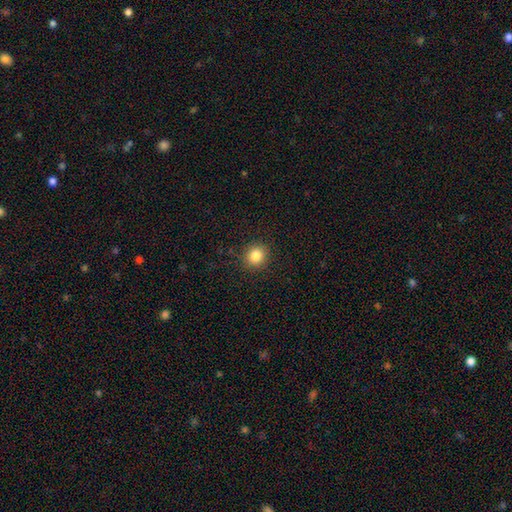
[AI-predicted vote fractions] smooth_or_featured: smooth (p=0.84) [alt: star or artifact p=0.11]
how_rounded: round (p=0.81) [alt: in between p=0.18]
merging: none (p=0.89) [alt: minor disturbance p=0.07]